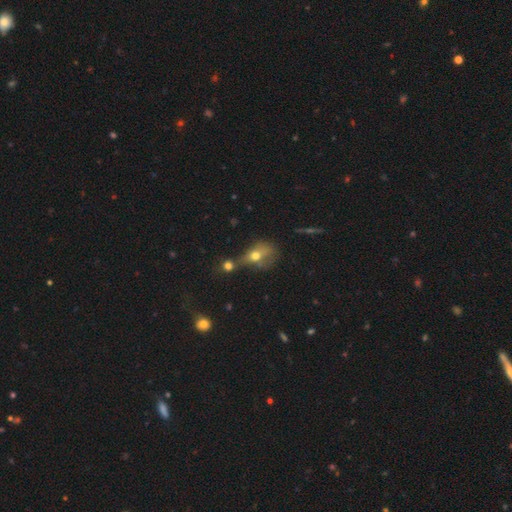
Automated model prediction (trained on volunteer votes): Smooth or featured?
  - smooth: 63% *
  - featured or disk: 23%
  - star or artifact: 14%
How rounded?
  - in between: 59% *
  - round: 37%
  - cigar-shaped: 3%
Merging?
  - merger: 44% *
  - none: 20%
  - major disturbance: 20%
  - minor disturbance: 16%